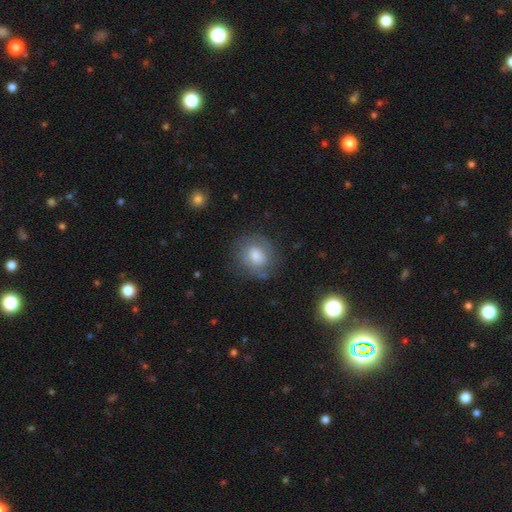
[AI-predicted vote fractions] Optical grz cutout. It shows a smooth galaxy with no disk features (54%) that is round (68%). Merging: none (75%).